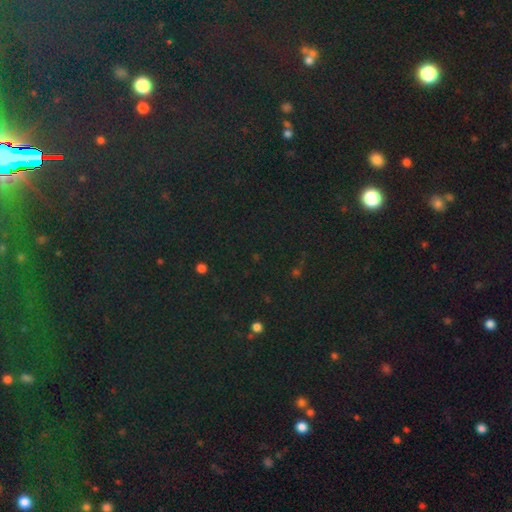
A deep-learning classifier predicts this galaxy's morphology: This is likely a star or artifact rather than a galaxy (79%).